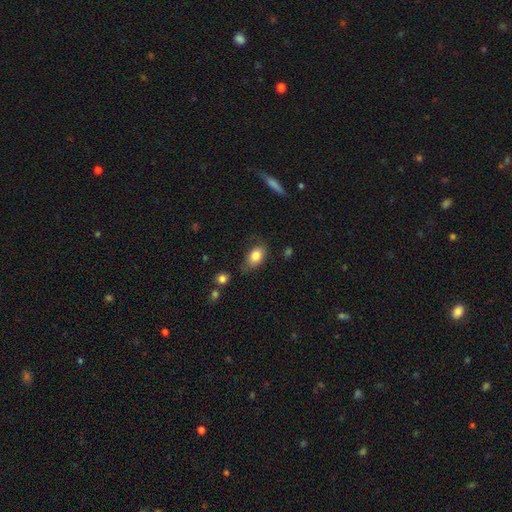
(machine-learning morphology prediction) type=smooth (82%); roundness=in between (88%); merging=none (62%).